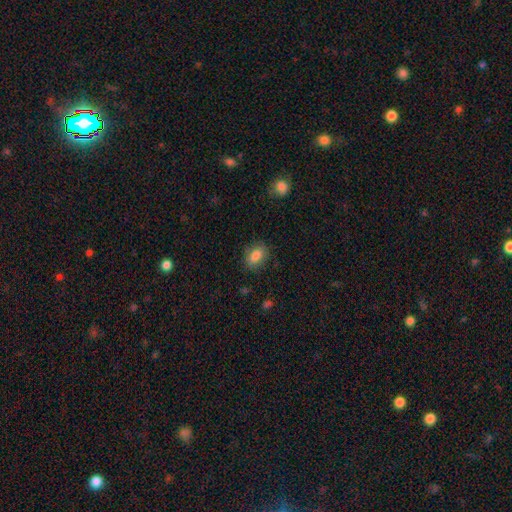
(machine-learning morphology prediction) Smooth or featured? smooth (84%)
How rounded? in between (78%)
Merging? none (82%)